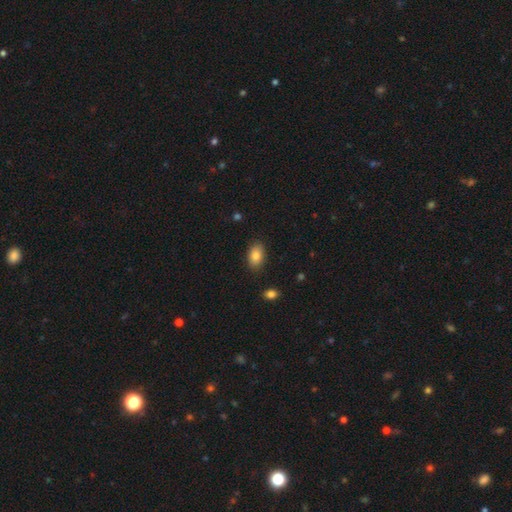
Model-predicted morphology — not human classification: The model was most divided on "smooth or featured": smooth: 83%, featured or disk: 9%, star or artifact: 8%. More confident: how rounded — in between (89%); merging — none (87%).